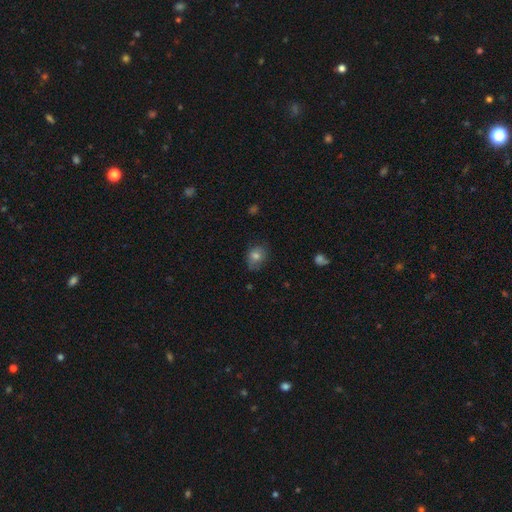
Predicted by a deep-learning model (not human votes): smooth-or-featured: smooth: 76% | featured or disk: 13% | star or artifact: 11%
  how-rounded: round: 51% | in between: 48% | cigar-shaped: 1%
  merging: none: 67% | minor disturbance: 25% | major disturbance: 7% | merger: 2%